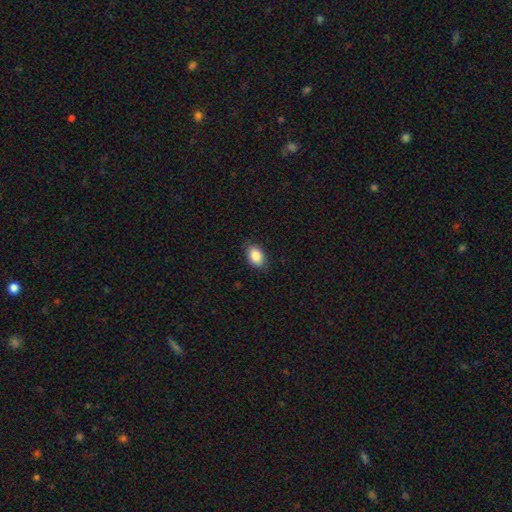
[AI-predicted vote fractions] Smooth or featured: smooth — 87% (star or artifact — 8%)
How rounded: in between — 84% (round — 15%)
Merging: none — 84% (minor disturbance — 13%)